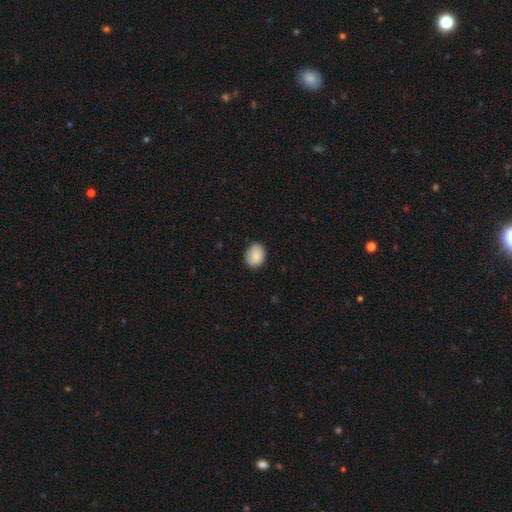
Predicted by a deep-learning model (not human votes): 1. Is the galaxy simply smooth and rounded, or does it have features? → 86% smooth, 7% star or artifact, 7% featured or disk.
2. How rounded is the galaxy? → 50% round, 49% in between, 1% cigar-shaped.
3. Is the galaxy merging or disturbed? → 82% none, 15% minor disturbance, 2% major disturbance, 1% merger.